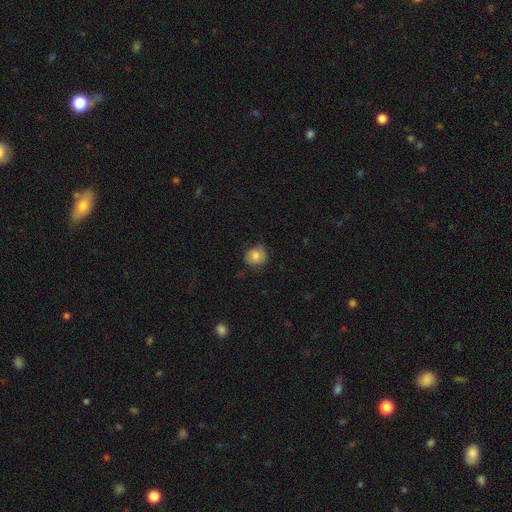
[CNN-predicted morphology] Smooth or featured? Predicted: smooth (p=0.76). How rounded? Predicted: round (p=0.76). Merging? Predicted: none (p=0.72).